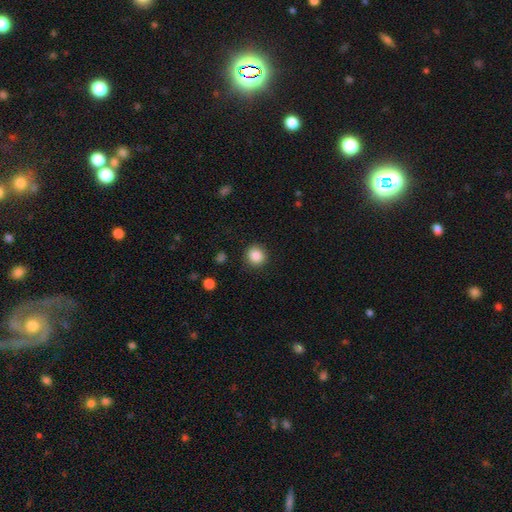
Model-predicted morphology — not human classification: This is clearly a smooth galaxy (87%). How rounded: clearly round (90%). Merging: clearly none (90%).